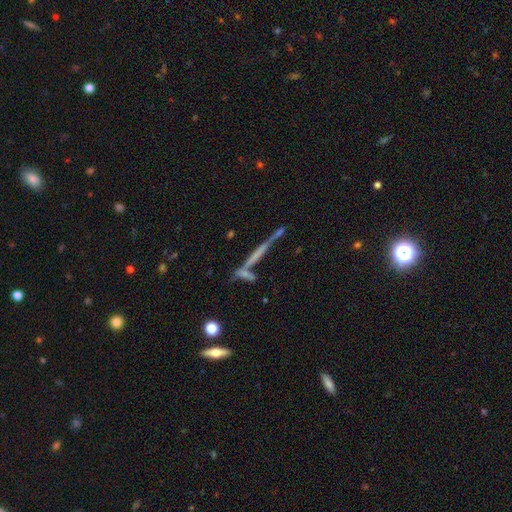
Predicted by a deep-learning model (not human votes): Morphology: type=featured or disk (60%); edge-on=yes (92%); edge-on bulge=none (69%); merging=none (62%).